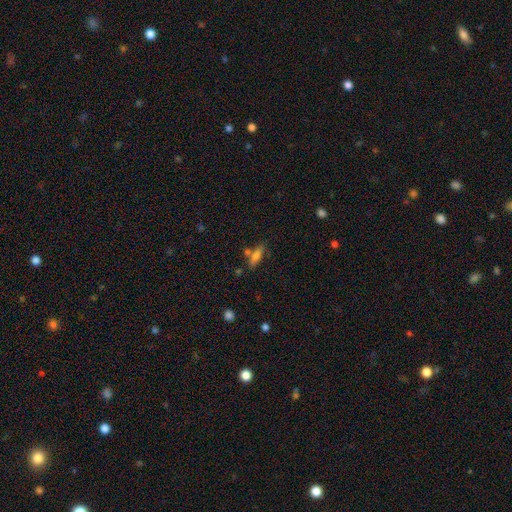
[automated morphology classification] Smooth or featured? smooth (62%)
How rounded? cigar-shaped (59%)
Merging? none (65%)